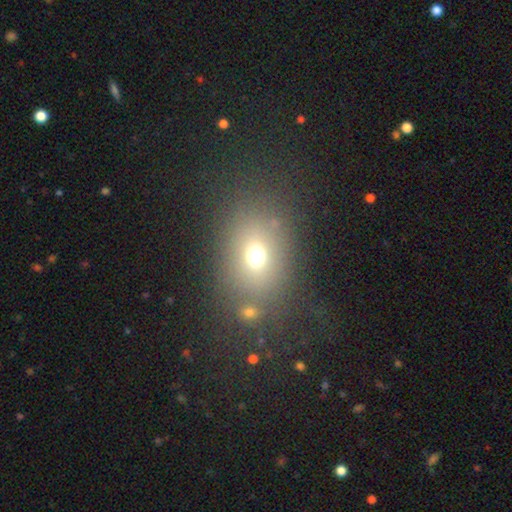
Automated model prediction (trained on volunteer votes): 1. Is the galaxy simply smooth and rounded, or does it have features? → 68% smooth, 18% star or artifact, 14% featured or disk.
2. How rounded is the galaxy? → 56% in between, 43% round, 1% cigar-shaped.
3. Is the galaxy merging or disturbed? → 69% none, 12% minor disturbance, 11% merger, 8% major disturbance.